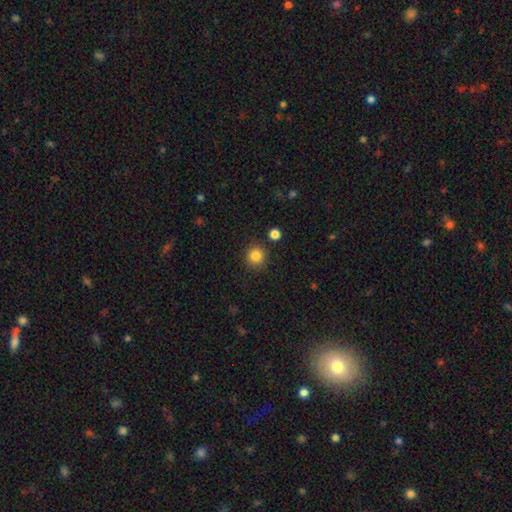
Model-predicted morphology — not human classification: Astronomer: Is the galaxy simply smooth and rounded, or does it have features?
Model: smooth — 84%.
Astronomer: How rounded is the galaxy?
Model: round — 93%.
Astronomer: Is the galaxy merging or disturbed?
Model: none — 88%.